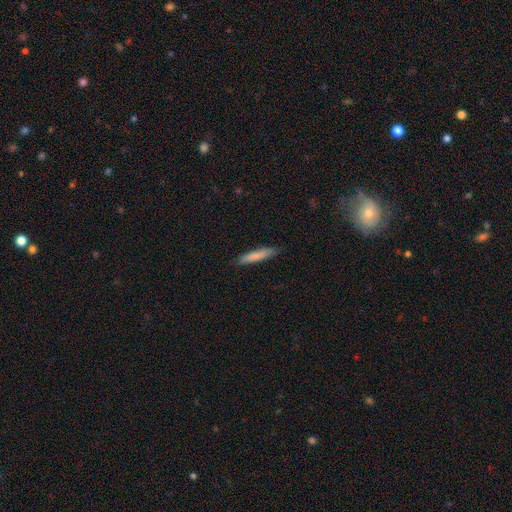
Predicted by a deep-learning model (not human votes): Smooth or featured? smooth (80%)
How rounded? cigar-shaped (91%)
Merging? none (86%)